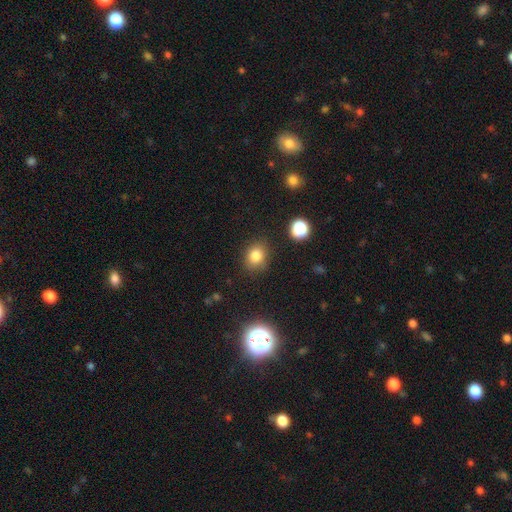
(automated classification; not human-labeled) This is clearly a smooth galaxy (80%). How rounded: likely round (61%). Merging: clearly none (82%).